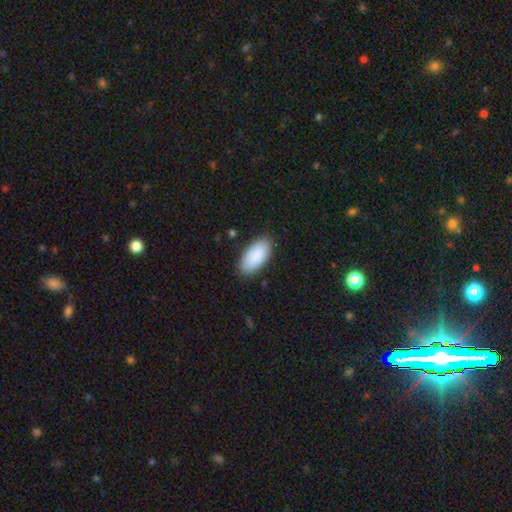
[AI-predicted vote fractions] This appears to be a smooth galaxy with no disk features (89%) that is in between round and cigar-shaped (92%). Merging: none (86%).